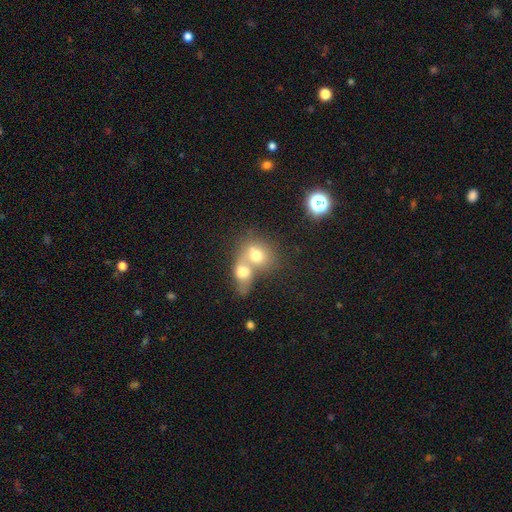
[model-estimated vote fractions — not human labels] smooth_or_featured: smooth (p=0.68) [alt: featured or disk p=0.21]
how_rounded: round (p=0.58) [alt: in between p=0.41]
merging: merger (p=0.70) [alt: none p=0.20]